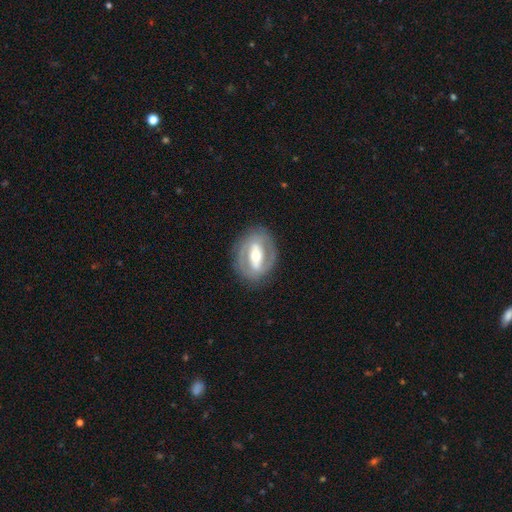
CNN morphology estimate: This is likely a featured or disk galaxy (76%). It is clearly not viewed edge-on (92%). Bar: likely strong (61%). Spiral arm pattern: possibly yes (52%). Central bulge: likely moderate (67%). Merging: clearly none (81%).